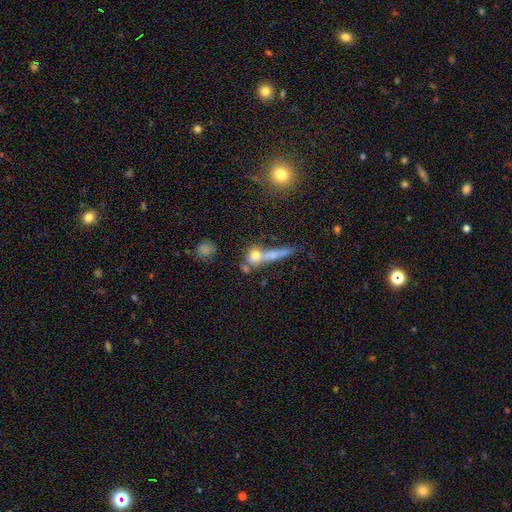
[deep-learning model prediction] Smooth or featured? Predicted: smooth (p=0.64). How rounded? Predicted: round (p=0.51). Merging? Predicted: none (p=0.41).